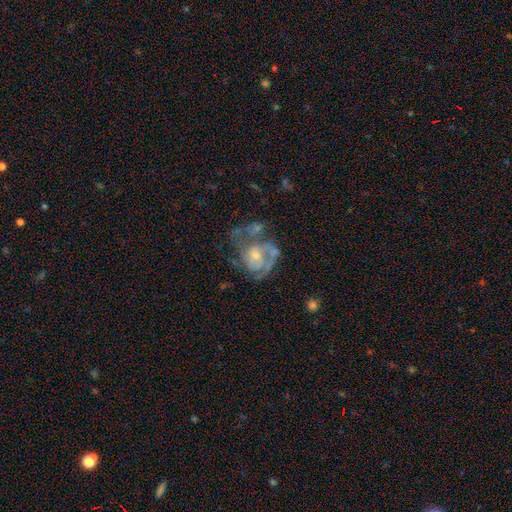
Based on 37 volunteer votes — This is likely a featured or disk galaxy (76%). It is clearly not viewed edge-on (96%). Bar: likely no (78%). Spiral arm pattern: likely yes (70%). Spiral arm count: marginally can't tell (32%). Spiral winding: marginally tight (42%). Central bulge: possibly moderate (52%). Merging: marginally minor disturbance (35%).